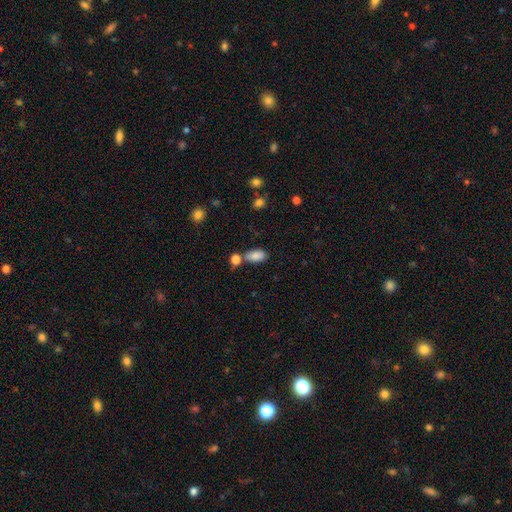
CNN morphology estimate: smooth-or-featured: smooth: 86% | star or artifact: 8% | featured or disk: 7%
  how-rounded: in between: 92% | cigar-shaped: 4% | round: 4%
  merging: none: 59% | merger: 23% | minor disturbance: 14% | major disturbance: 4%